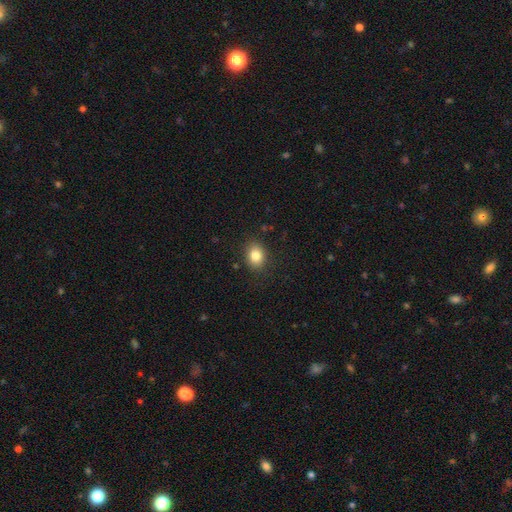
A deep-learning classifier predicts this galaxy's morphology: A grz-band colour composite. It shows a smooth galaxy with no disk features (83%) that is in between round and cigar-shaped (60%). Merging: none (85%).